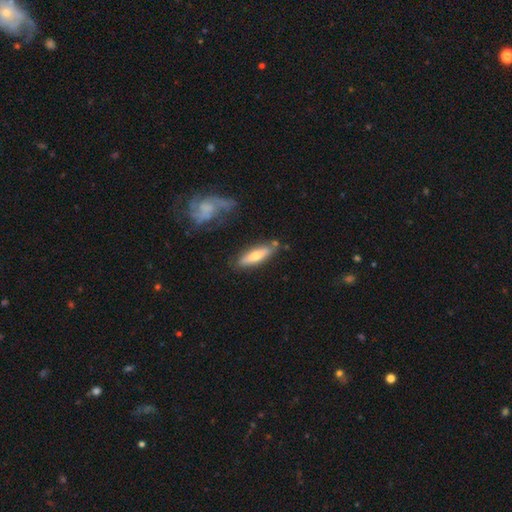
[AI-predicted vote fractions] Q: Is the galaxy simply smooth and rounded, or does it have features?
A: smooth — 58%.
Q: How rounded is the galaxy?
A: cigar-shaped — 66%.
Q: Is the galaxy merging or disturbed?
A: none — 77%.